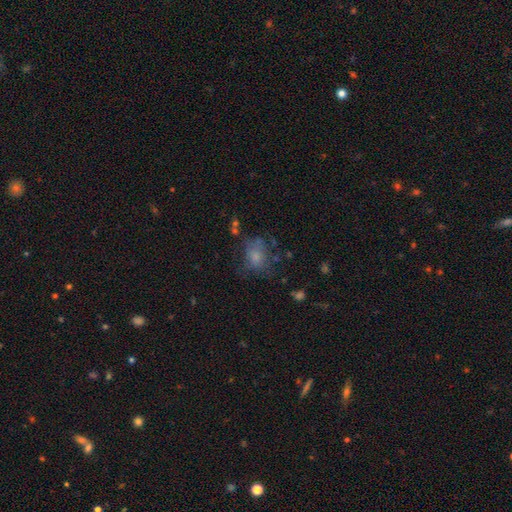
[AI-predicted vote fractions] The model was most divided on "how rounded": in between: 50%, round: 49%, cigar-shaped: 1%. More confident: smooth or featured — smooth (68%); merging — none (51%).